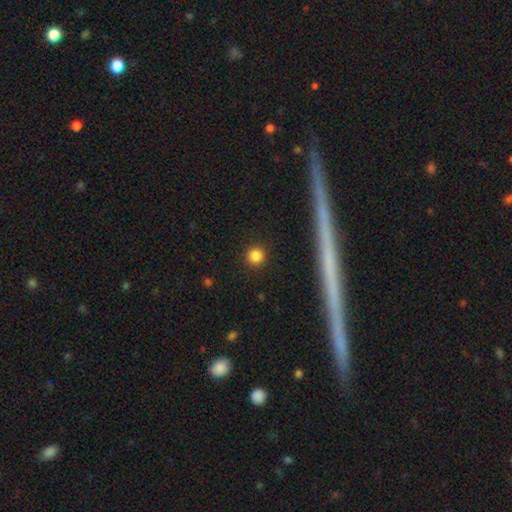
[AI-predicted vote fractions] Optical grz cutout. It shows a smooth galaxy with no disk features (83%) that is round (94%). Merging: none (91%).